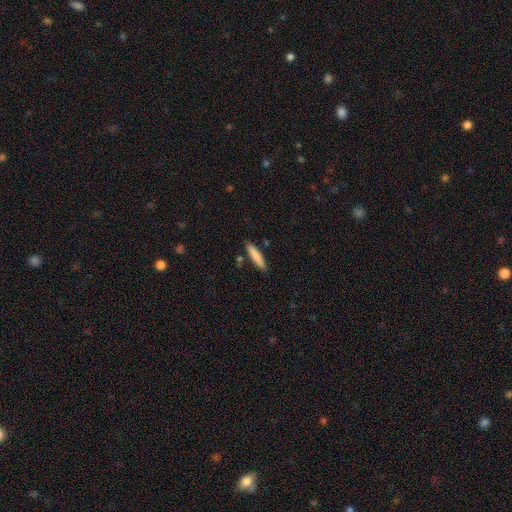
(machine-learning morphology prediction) This is clearly a smooth galaxy (83%). How rounded: clearly cigar-shaped (86%). Merging: clearly none (85%).